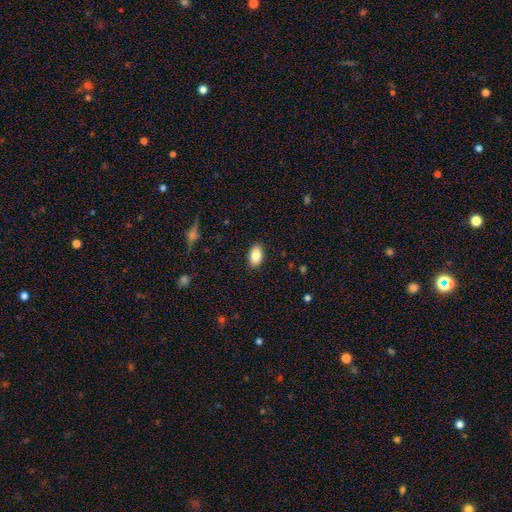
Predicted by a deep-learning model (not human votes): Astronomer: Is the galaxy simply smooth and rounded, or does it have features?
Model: smooth — 85%.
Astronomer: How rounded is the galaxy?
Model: in between — 91%.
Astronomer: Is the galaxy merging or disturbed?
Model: none — 89%.